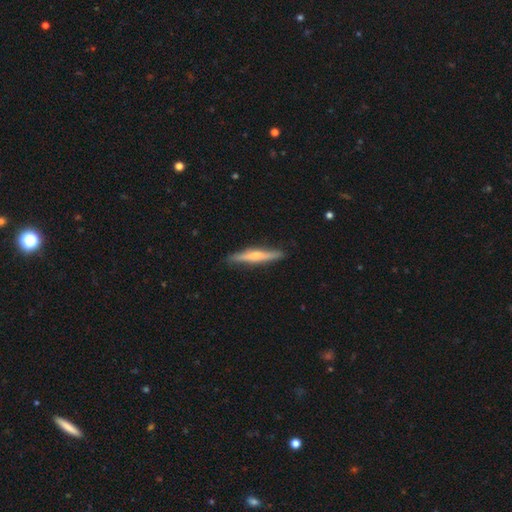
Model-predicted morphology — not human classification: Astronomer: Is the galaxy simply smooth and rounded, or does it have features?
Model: featured or disk — 59% (runner-up: smooth, 36%).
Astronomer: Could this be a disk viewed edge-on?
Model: yes — 96%.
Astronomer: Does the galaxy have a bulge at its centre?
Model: rounded — 82%.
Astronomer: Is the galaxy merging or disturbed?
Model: none — 88%.